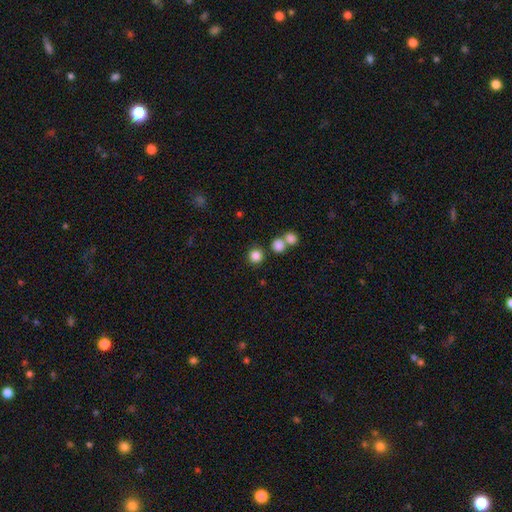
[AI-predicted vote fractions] Morphology: type=smooth (83%); roundness=round (92%); merging=none (78%).